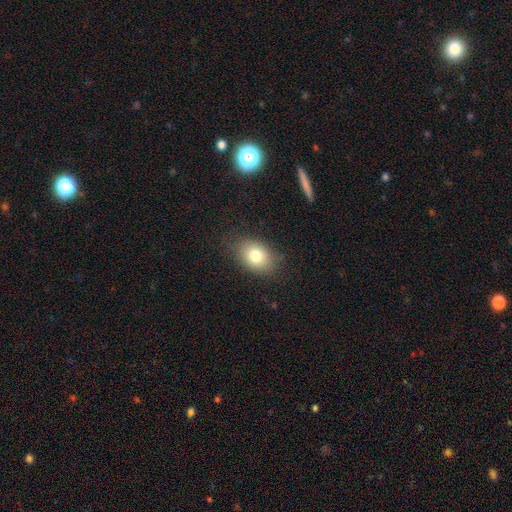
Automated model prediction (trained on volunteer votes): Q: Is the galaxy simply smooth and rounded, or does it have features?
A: smooth — 79%.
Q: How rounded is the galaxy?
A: in between — 73%.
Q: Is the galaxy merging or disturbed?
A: none — 81%.